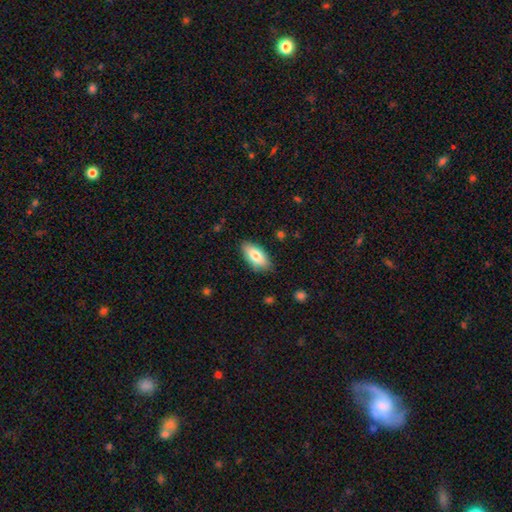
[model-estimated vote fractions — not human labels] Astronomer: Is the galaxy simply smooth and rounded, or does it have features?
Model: smooth — 79%.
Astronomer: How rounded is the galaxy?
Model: in between — 88%.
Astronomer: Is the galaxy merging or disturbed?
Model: none — 83%.